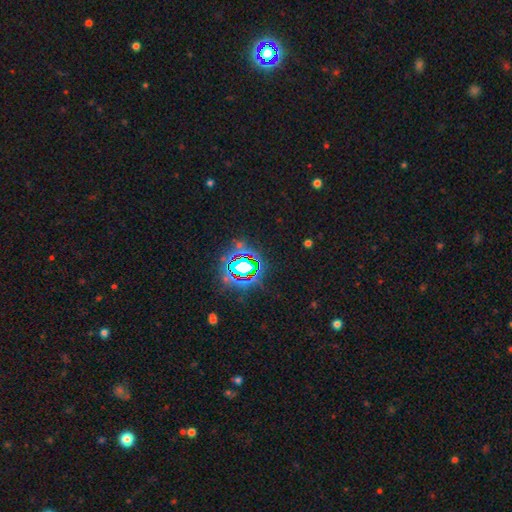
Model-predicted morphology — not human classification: Smooth or featured: star or artifact — 80% (smooth — 11%)